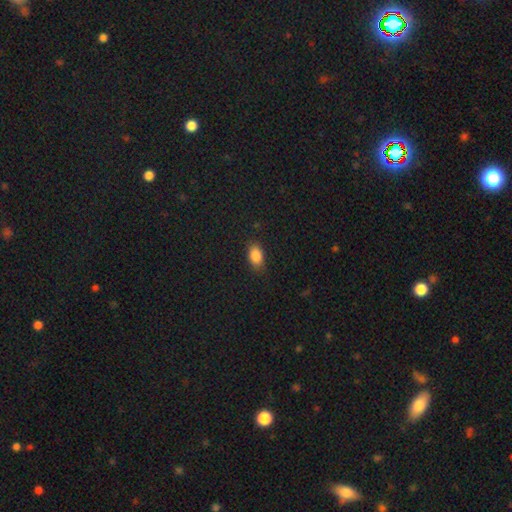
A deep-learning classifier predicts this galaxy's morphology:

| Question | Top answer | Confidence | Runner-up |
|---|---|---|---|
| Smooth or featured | smooth | 86% | star or artifact (9%) |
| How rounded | in between | 85% | round (12%) |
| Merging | none | 83% | minor disturbance (13%) |